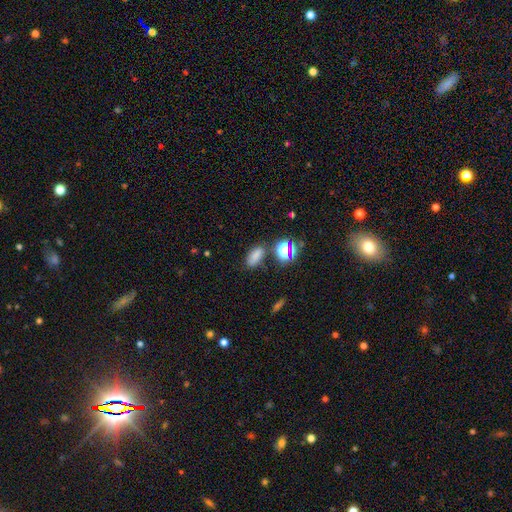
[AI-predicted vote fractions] smooth_or_featured: smooth (p=0.71) [alt: star or artifact p=0.22]
how_rounded: in between (p=0.84) [alt: round p=0.11]
merging: none (p=0.70) [alt: minor disturbance p=0.15]